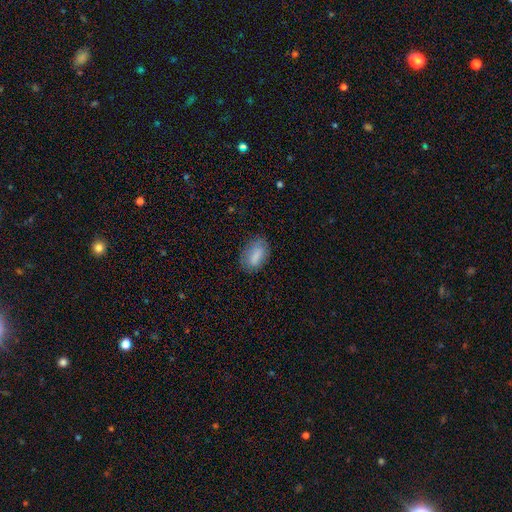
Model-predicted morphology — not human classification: This is clearly a smooth galaxy (80%). How rounded: clearly in between (91%). Merging: likely none (73%).